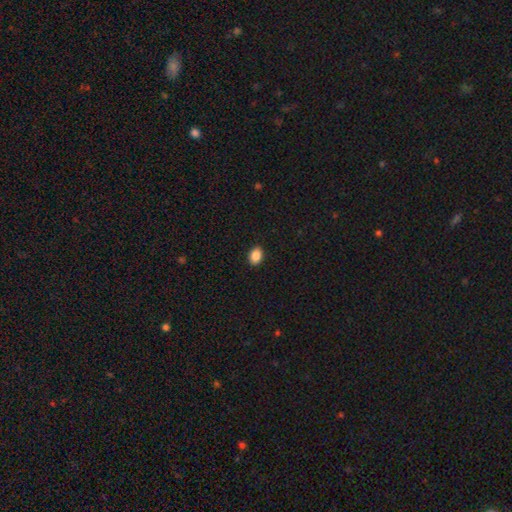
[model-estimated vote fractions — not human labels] Morphology: type=smooth (88%); roundness=in between (76%); merging=none (90%).